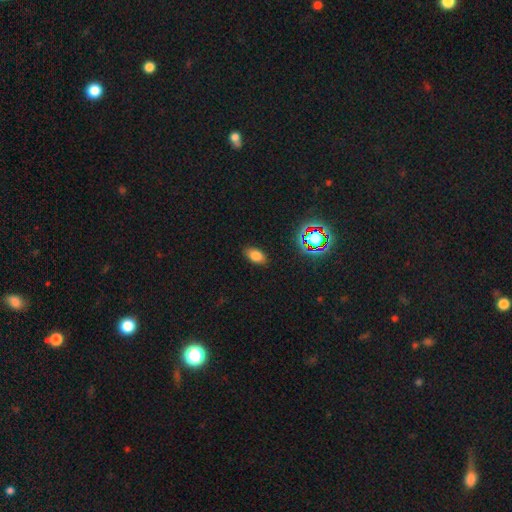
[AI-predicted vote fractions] A smooth galaxy with no disk features (77%) that is in between round and cigar-shaped (89%). Merging: none (87%).